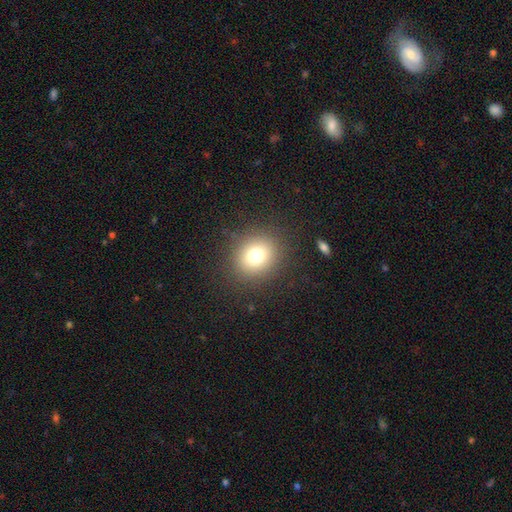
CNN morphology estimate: A smooth galaxy with no disk features (75%) that is round (78%). Merging: none (87%).